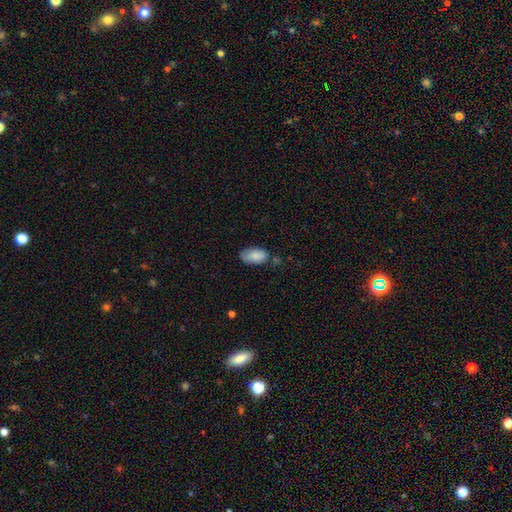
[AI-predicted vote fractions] This is clearly a smooth galaxy (82%). How rounded: clearly in between (94%). Merging: likely none (63%).